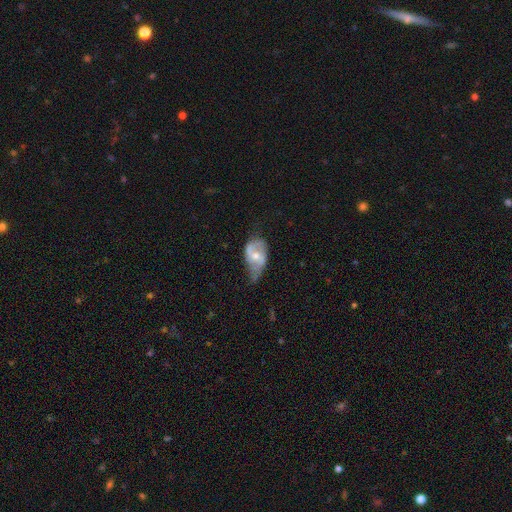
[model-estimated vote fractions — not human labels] A featured or disk galaxy (61%) with no bar (52%), spiral arms (68%) and a moderate central bulge (58%). Merging: minor disturbance (42%).